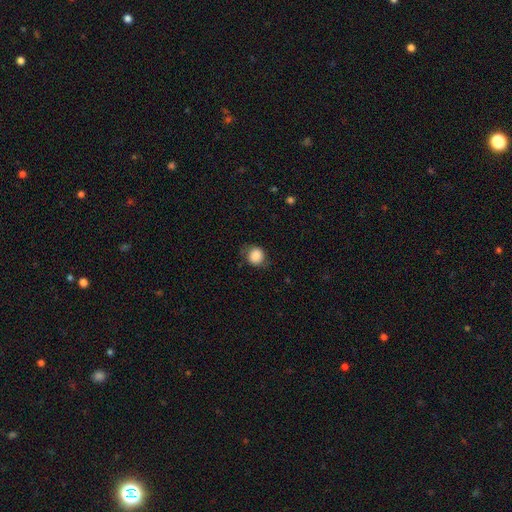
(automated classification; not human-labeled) The model was most divided on "merging": none: 71%, minor disturbance: 21%, major disturbance: 8%, merger: 1%. More confident: smooth or featured — smooth (84%); how rounded — round (79%).